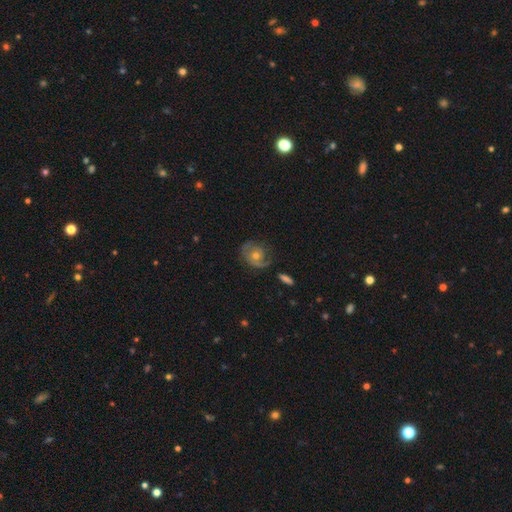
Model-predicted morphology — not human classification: The model was most divided on "spiral arm count": 2: 39%, 1: 34%, can't tell: 19%, 3: 4%, 4: 2%, more than 4: 2%. Remaining: edge-on disk — no (96%); spiral arms — yes (86%); bar — no (77%); smooth or featured — featured or disk (70%); merging — none (66%); bulge size — moderate (58%); spiral winding — tight (45%).